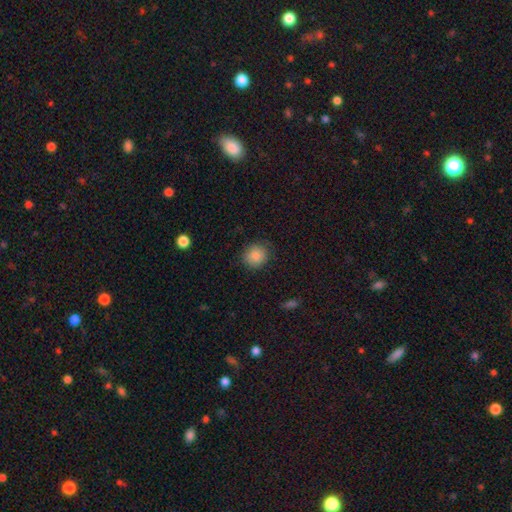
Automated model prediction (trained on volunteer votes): smooth 84%, star or artifact 9%, featured or disk 6%. Down the decision tree: how rounded — round (86%); merging — none (85%).